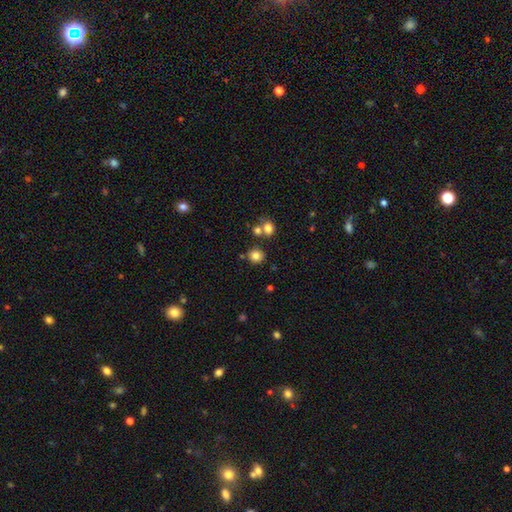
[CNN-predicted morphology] smooth 81%, star or artifact 13%, featured or disk 7%. Down the decision tree: how rounded — round (86%); merging — none (75%).